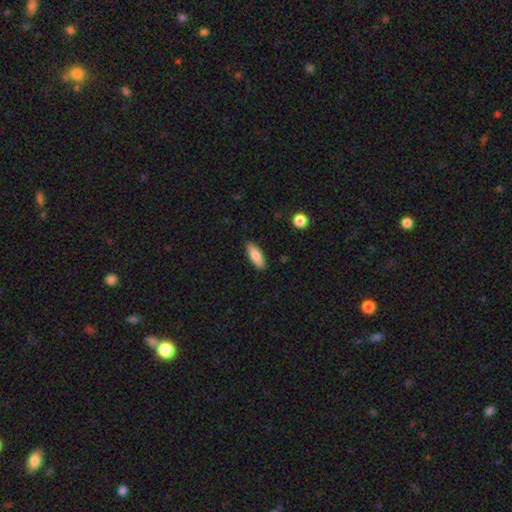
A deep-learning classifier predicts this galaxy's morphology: type=smooth (82%); roundness=in between (59%); merging=none (88%).